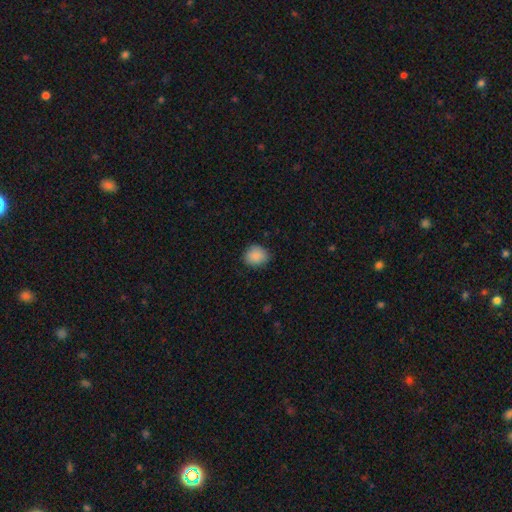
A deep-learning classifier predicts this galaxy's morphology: type=smooth (89%); roundness=round (71%); merging=none (85%).